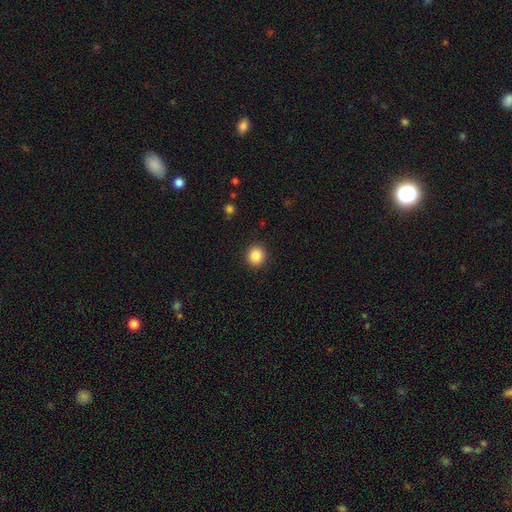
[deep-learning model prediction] Smooth or featured?
  - smooth: 86% *
  - star or artifact: 10%
  - featured or disk: 4%
How rounded?
  - round: 92% *
  - in between: 7%
  - cigar-shaped: 1%
Merging?
  - none: 92% *
  - minor disturbance: 5%
  - major disturbance: 2%
  - merger: 1%